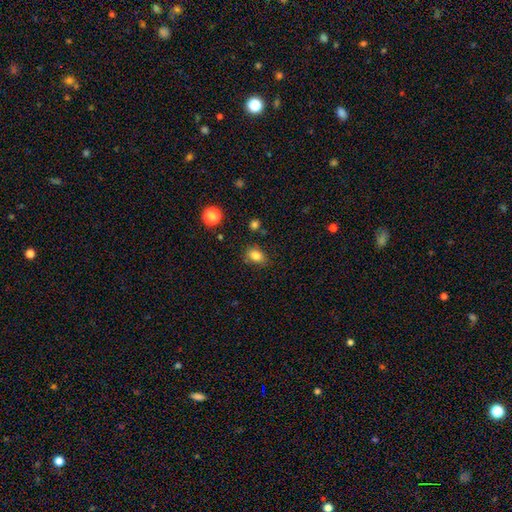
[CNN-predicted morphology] Smooth or featured: smooth — 83% (star or artifact — 11%)
How rounded: in between — 74% (round — 25%)
Merging: none — 79% (minor disturbance — 14%)